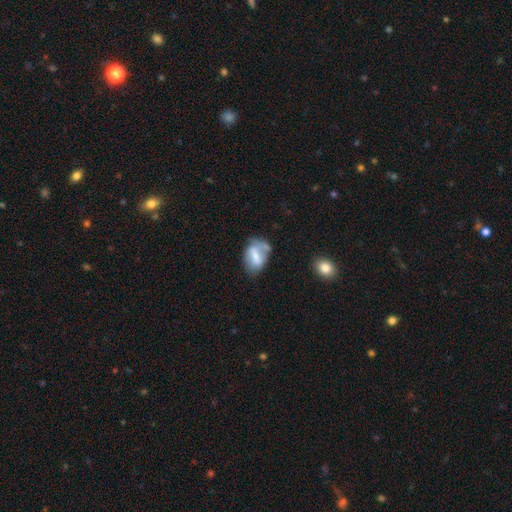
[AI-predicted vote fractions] smooth 55%, featured or disk 36%, star or artifact 8%. Down the decision tree: how rounded — in between (84%); merging — none (43%).